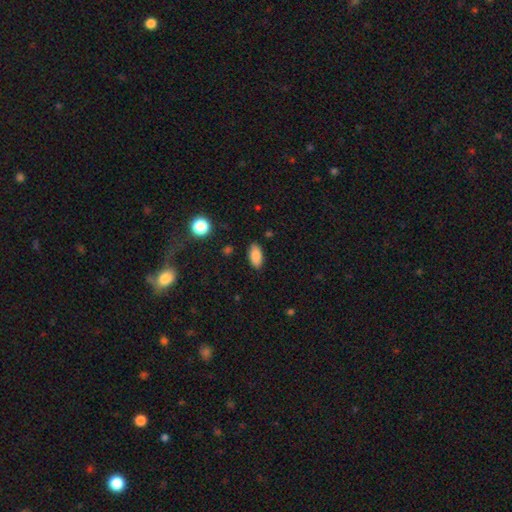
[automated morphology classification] Overall: smooth (87%). How rounded: in between (92%). Merging: none (87%).